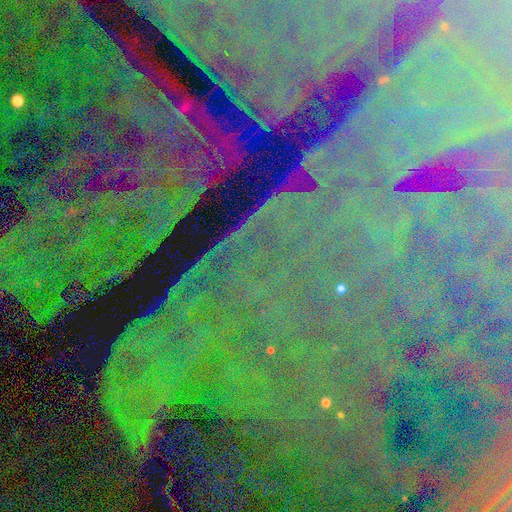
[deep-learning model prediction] This appears to be a star or artifact, not a galaxy (87%).